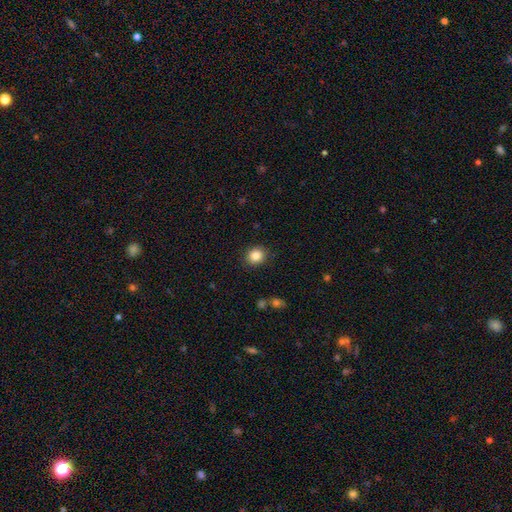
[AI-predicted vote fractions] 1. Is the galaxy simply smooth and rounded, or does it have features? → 85% smooth, 10% star or artifact, 5% featured or disk.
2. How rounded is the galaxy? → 76% round, 23% in between, 1% cigar-shaped.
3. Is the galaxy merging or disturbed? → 90% none, 7% minor disturbance, 2% major disturbance, 1% merger.